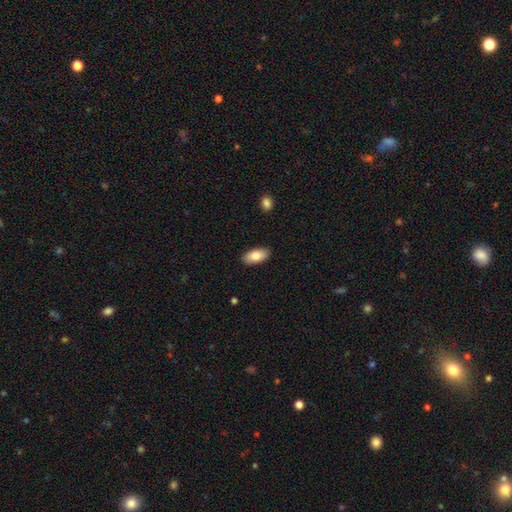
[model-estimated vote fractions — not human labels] smooth-or-featured: smooth: 85% | featured or disk: 9% | star or artifact: 6%
  how-rounded: in between: 92% | cigar-shaped: 5% | round: 2%
  merging: none: 89% | minor disturbance: 8% | major disturbance: 2% | merger: 1%